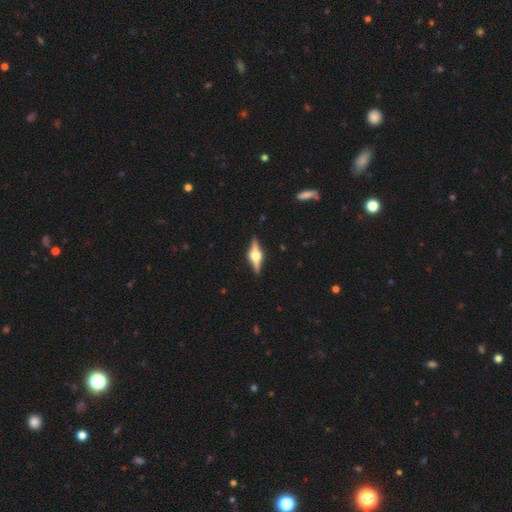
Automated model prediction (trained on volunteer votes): smooth-or-featured: featured or disk: 82% | smooth: 12% | star or artifact: 6%
  disk-edge-on: yes: 97% | no: 3%
    edge-on-bulge: rounded: 95% | boxy: 4% | none: 1%
  merging: none: 90% | minor disturbance: 7% | major disturbance: 2% | merger: 1%